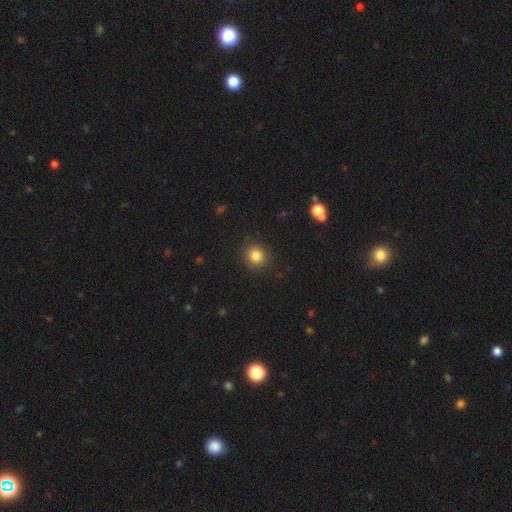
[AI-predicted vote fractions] A smooth galaxy with no disk features (84%) that is round (85%). Merging: none (90%).